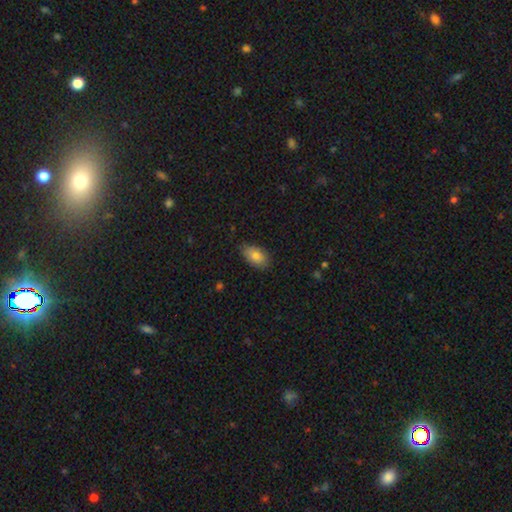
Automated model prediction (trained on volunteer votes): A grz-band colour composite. It shows a smooth galaxy with no disk features (82%) that is in between round and cigar-shaped (91%). Merging: none (78%).